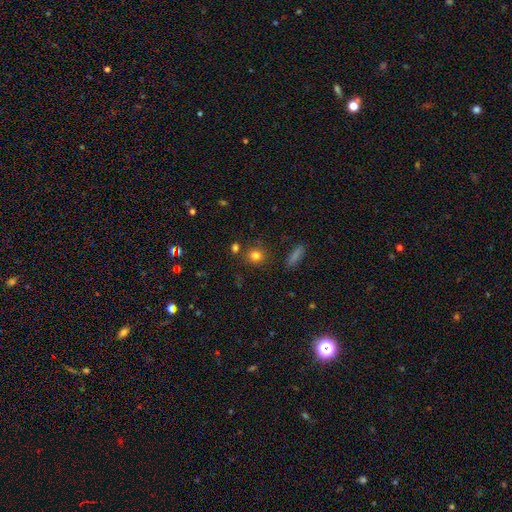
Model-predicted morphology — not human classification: Overall: smooth (80%). How rounded: round (85%). Merging: none (82%).